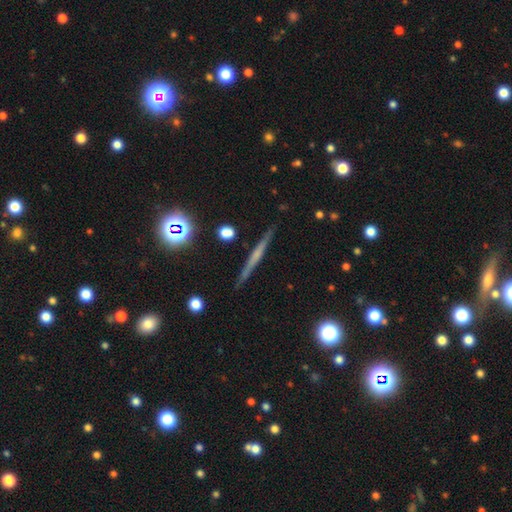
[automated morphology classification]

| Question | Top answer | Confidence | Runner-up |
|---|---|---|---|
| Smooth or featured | featured or disk | 56% | smooth (32%) |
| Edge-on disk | yes | 97% | no (3%) |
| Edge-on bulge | none | 67% | rounded (24%) |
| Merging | none | 90% | minor disturbance (7%) |